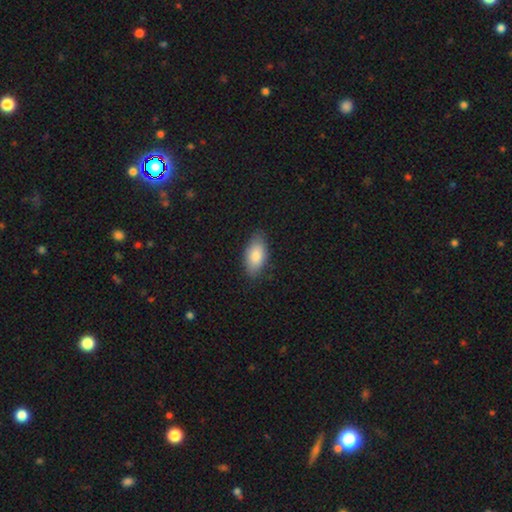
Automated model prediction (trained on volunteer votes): Overall: smooth (82%). How rounded: in between (91%). Merging: none (83%).